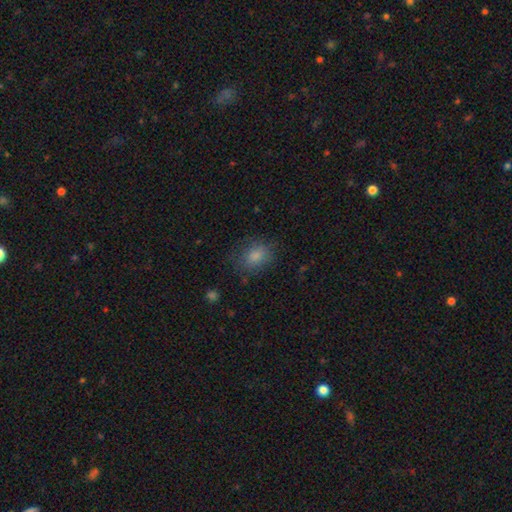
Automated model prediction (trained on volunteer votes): Q: Smooth or featured?
A: smooth (83%); runner-up: star or artifact (9%)
Q: How rounded?
A: in between (63%); runner-up: round (36%)
Q: Merging?
A: none (75%); runner-up: minor disturbance (17%)